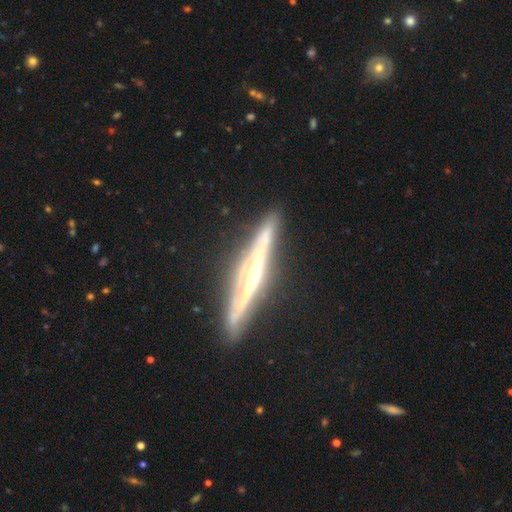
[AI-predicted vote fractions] smooth-or-featured: featured or disk: 84% | smooth: 11% | star or artifact: 6%
  disk-edge-on: yes: 94% | no: 6%
    edge-on-bulge: rounded: 67% | none: 23% | boxy: 10%
  merging: none: 83% | minor disturbance: 12% | major disturbance: 3% | merger: 2%